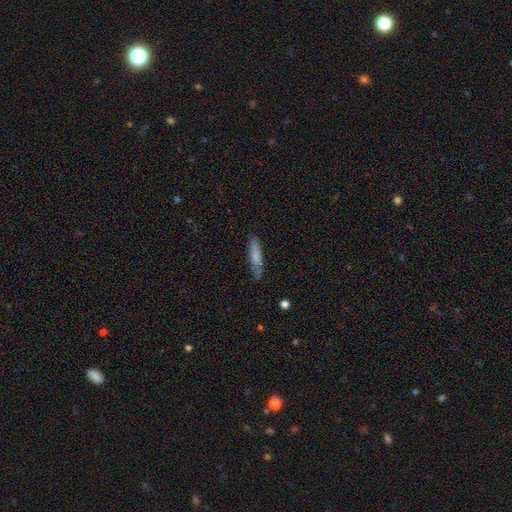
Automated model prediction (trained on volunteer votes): A smooth galaxy with no disk features (74%) that is cigar-shaped (80%).

Vote fractions:
- Smooth or featured? smooth: 74% / featured or disk: 20% / star or artifact: 6%
- How rounded? cigar-shaped: 80% / in between: 18% / round: 1%
- Merging? none: 77% / minor disturbance: 18% / major disturbance: 3% / merger: 2%